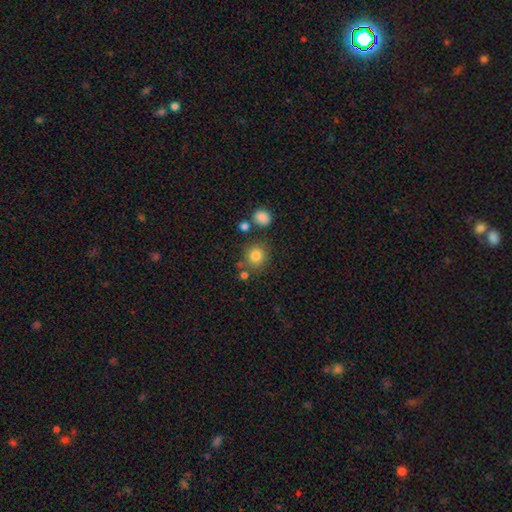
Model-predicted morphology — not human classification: Smooth or featured?
  - smooth: 82% *
  - star or artifact: 12%
  - featured or disk: 6%
How rounded?
  - round: 88% *
  - in between: 11%
  - cigar-shaped: 1%
Merging?
  - none: 77% *
  - minor disturbance: 10%
  - merger: 9%
  - major disturbance: 4%